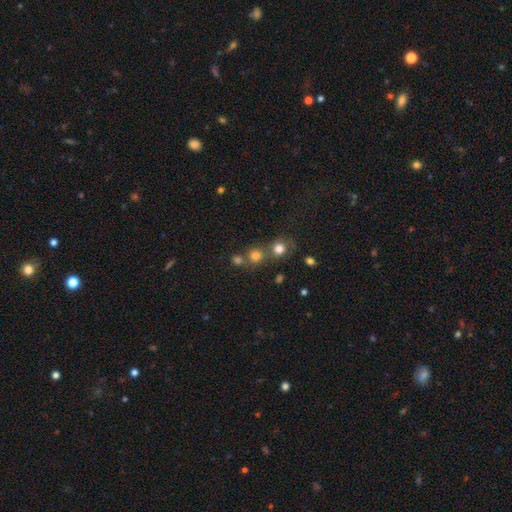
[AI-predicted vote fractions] A smooth galaxy with no disk features (65%) that is round (90%).

Vote fractions:
- Smooth or featured? smooth: 65% / star or artifact: 27% / featured or disk: 8%
- How rounded? round: 90% / in between: 9% / cigar-shaped: 1%
- Merging? none: 61% / merger: 30% / minor disturbance: 6% / major disturbance: 3%